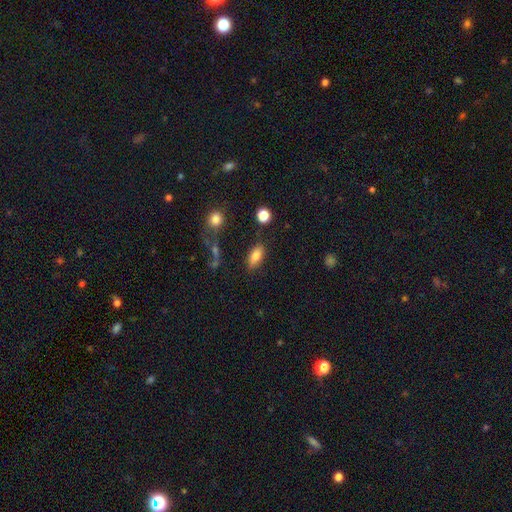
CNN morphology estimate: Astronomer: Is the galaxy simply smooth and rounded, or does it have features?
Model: smooth — 81%.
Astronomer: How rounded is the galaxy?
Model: in between — 86%.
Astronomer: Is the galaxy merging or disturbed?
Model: none — 79%.